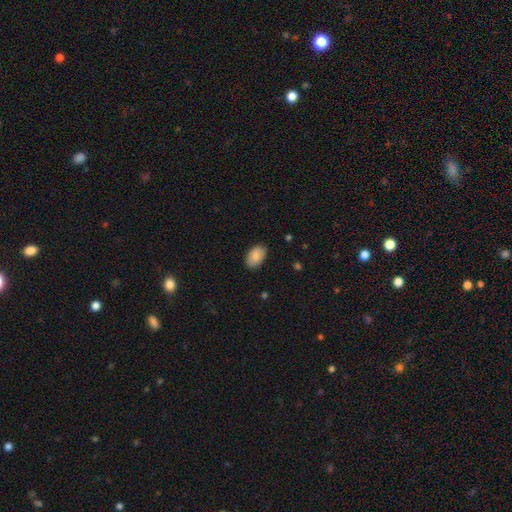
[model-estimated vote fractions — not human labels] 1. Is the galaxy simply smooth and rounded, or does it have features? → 88% smooth, 6% star or artifact, 5% featured or disk.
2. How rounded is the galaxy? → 92% in between, 7% round, 1% cigar-shaped.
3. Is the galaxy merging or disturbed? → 86% none, 11% minor disturbance, 2% major disturbance, 1% merger.